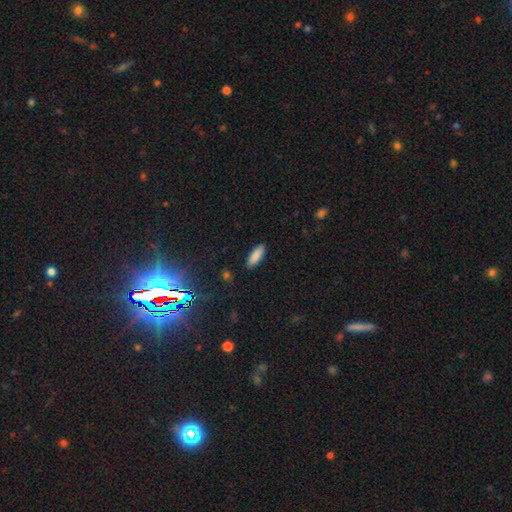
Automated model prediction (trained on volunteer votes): Smooth or featured? smooth (87%)
How rounded? in between (63%)
Merging? none (89%)